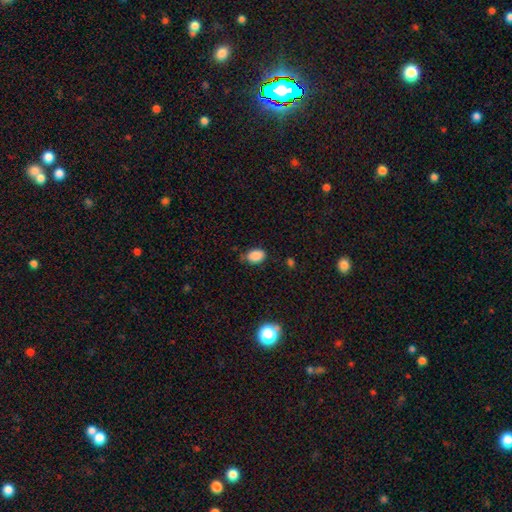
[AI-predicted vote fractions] Smooth or featured? smooth (87%)
How rounded? in between (83%)
Merging? none (66%)